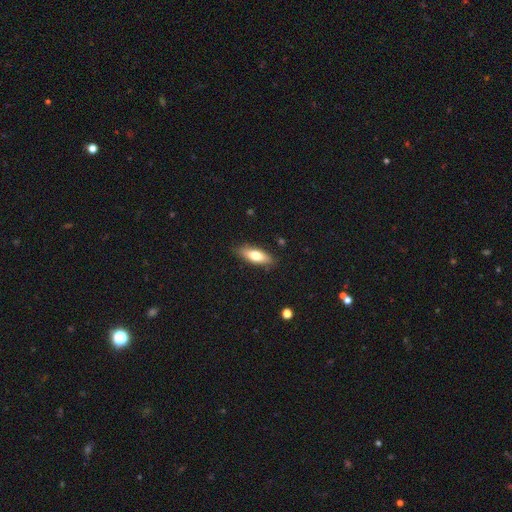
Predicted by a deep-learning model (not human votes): smooth-or-featured: smooth: 73% | featured or disk: 21% | star or artifact: 6%
  how-rounded: in between: 65% | cigar-shaped: 33% | round: 2%
  merging: none: 84% | minor disturbance: 12% | major disturbance: 2% | merger: 1%